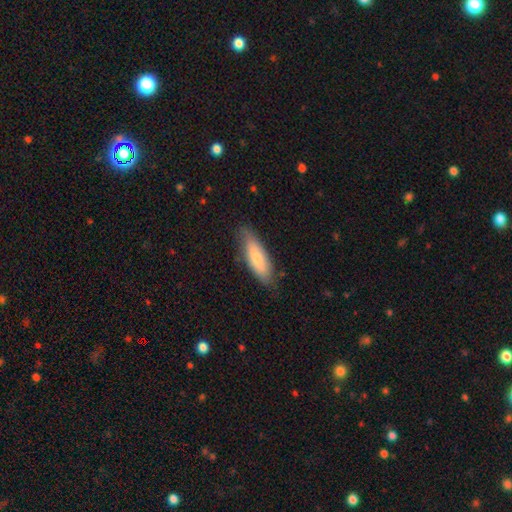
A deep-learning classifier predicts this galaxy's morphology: Overall: smooth (72%). How rounded: in between (53%; cigar-shaped 45%). Merging: none (79%).